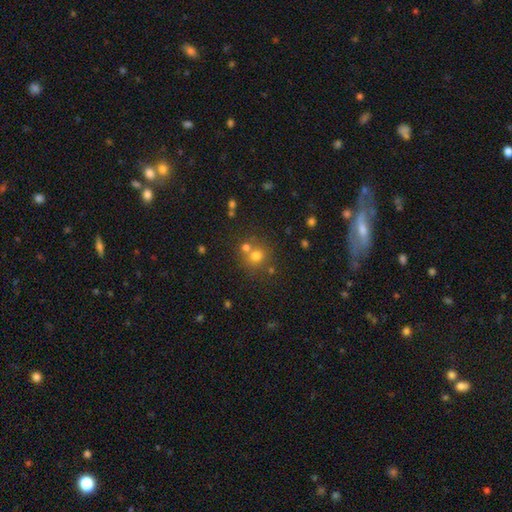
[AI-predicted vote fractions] Smooth or featured? smooth (71%)
How rounded? round (87%)
Merging? none (62%)